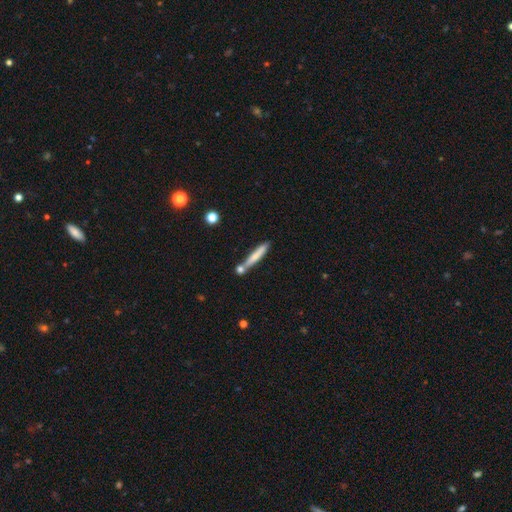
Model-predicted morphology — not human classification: type=smooth (66%); roundness=cigar-shaped (93%); merging=none (65%).